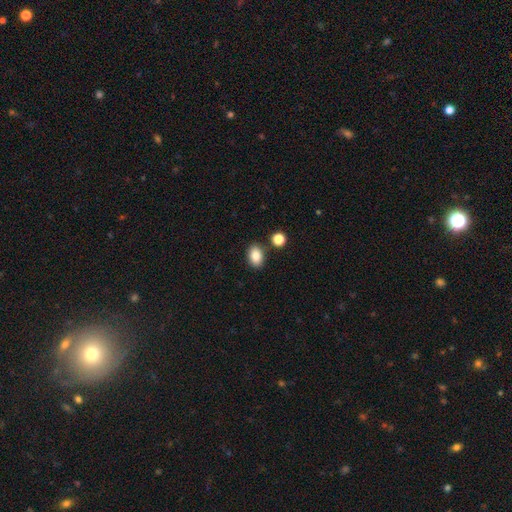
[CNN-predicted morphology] A smooth galaxy with no disk features (84%) that is in between round and cigar-shaped (81%).

Vote fractions:
- Smooth or featured? smooth: 84% / star or artifact: 9% / featured or disk: 7%
- How rounded? in between: 81% / round: 18% / cigar-shaped: 1%
- Merging? none: 82% / minor disturbance: 10% / merger: 6% / major disturbance: 2%